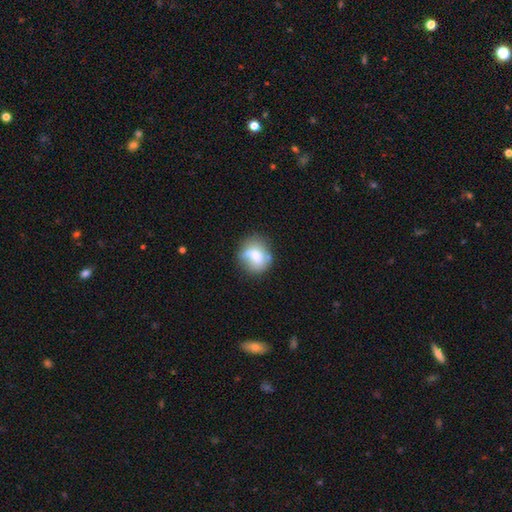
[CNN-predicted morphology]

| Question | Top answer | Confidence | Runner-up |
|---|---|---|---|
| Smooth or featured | smooth | 67% | featured or disk (24%) |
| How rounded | round | 71% | in between (27%) |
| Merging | none | 56% | minor disturbance (22%) |